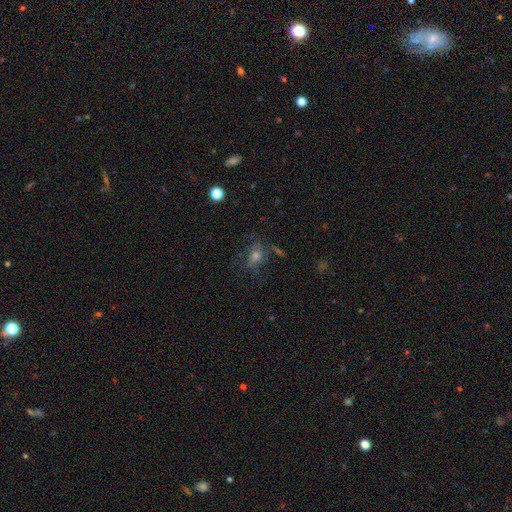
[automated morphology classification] Q: Smooth or featured?
A: featured or disk (42%); runner-up: smooth (33%)
Q: Merging?
A: none (58%); runner-up: minor disturbance (19%)